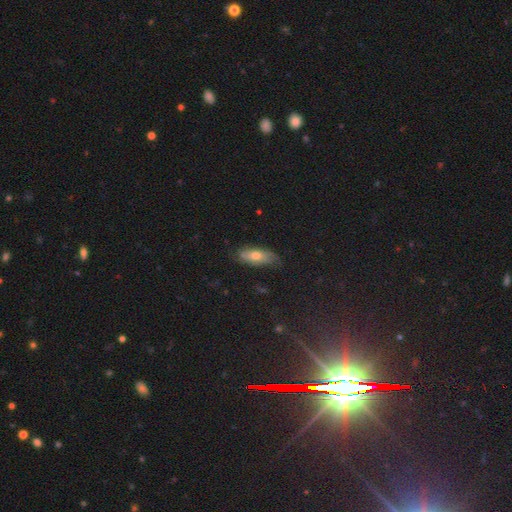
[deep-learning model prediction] A smooth galaxy with no disk features (62%) that is in between round and cigar-shaped (70%).

Vote fractions:
- Smooth or featured? smooth: 62% / featured or disk: 29% / star or artifact: 9%
- How rounded? in between: 70% / cigar-shaped: 27% / round: 3%
- Merging? none: 73% / minor disturbance: 22% / major disturbance: 4% / merger: 1%